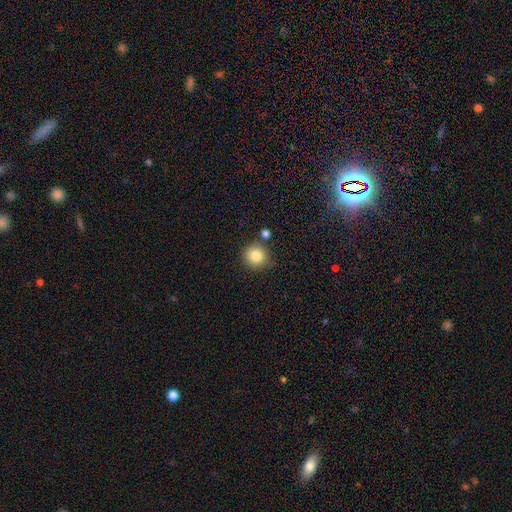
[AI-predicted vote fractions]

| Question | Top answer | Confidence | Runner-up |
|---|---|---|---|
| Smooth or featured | smooth | 83% | star or artifact (10%) |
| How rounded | round | 92% | in between (7%) |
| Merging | none | 76% | minor disturbance (12%) |